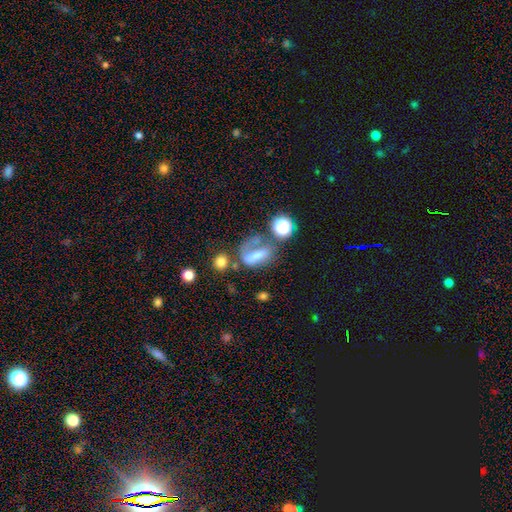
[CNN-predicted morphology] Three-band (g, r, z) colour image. It shows a smooth galaxy with no disk features (45%). Merging: none (34%).